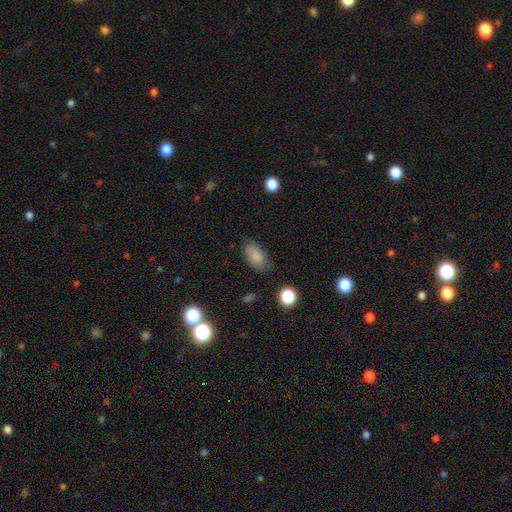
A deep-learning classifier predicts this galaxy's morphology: smooth 84%, star or artifact 9%, featured or disk 6%. Down the decision tree: how rounded — in between (92%); merging — none (76%).